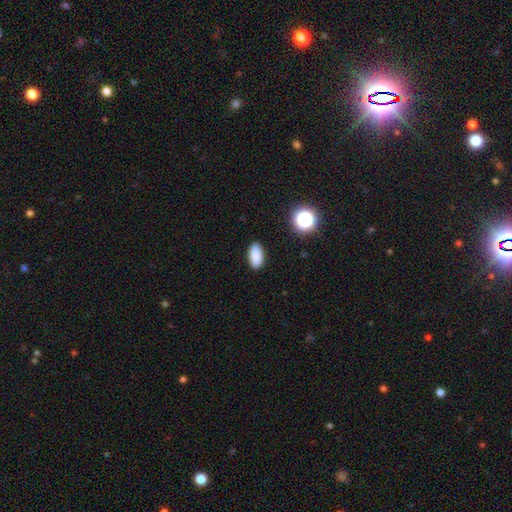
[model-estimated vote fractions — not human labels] The model was most divided on "smooth or featured": smooth: 87%, star or artifact: 9%, featured or disk: 4%. More confident: how rounded — in between (91%); merging — none (89%).